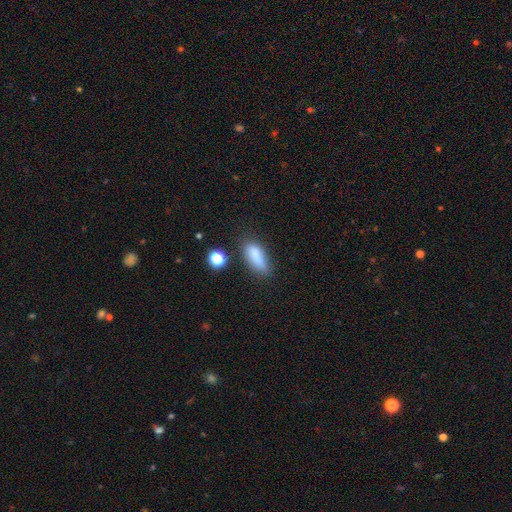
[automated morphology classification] This is likely a smooth galaxy (80%). How rounded: likely in between (65%). Merging: possibly none (58%).